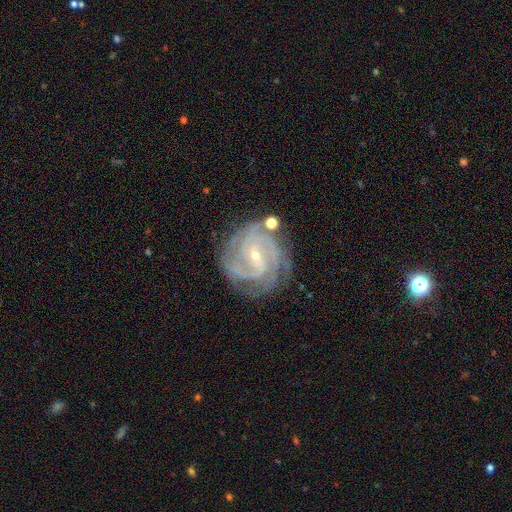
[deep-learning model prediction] Q: Smooth or featured?
A: featured or disk (91%); runner-up: star or artifact (6%)
Q: Edge-on disk?
A: no (98%); runner-up: yes (2%)
Q: Bar?
A: weak (44%); runner-up: no (31%)
Q: Spiral arms?
A: yes (98%); runner-up: no (2%)
Q: Spiral winding?
A: tight (71%); runner-up: medium (26%)
Q: Spiral arm count?
A: 3 (32%); runner-up: 4 (30%)
Q: Bulge size?
A: small (78%); runner-up: moderate (19%)
Q: Merging?
A: none (74%); runner-up: minor disturbance (17%)